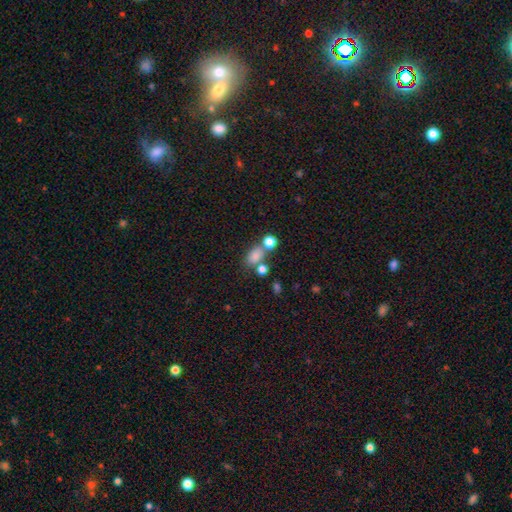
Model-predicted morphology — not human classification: This is likely a smooth galaxy (78%). How rounded: likely in between (72%). Merging: possibly none (53%).